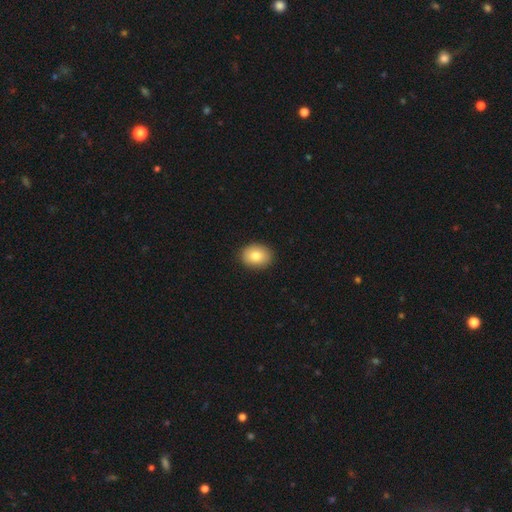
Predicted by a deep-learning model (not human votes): Smooth or featured? smooth (82%)
How rounded? in between (52%)
Merging? none (90%)